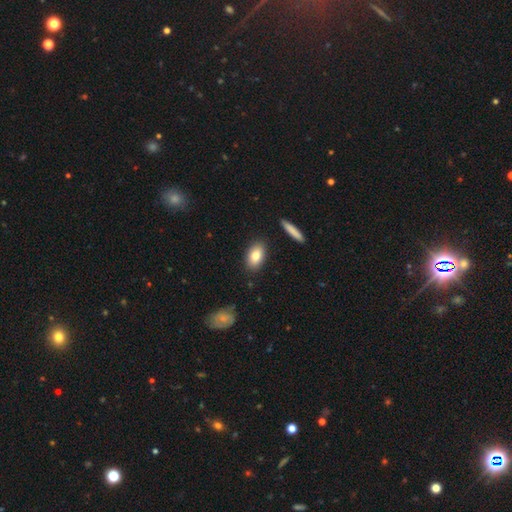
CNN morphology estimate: A smooth galaxy with no disk features (81%) that is in between round and cigar-shaped (88%).

Vote fractions:
- Smooth or featured? smooth: 81% / featured or disk: 12% / star or artifact: 7%
- How rounded? in between: 88% / round: 7% / cigar-shaped: 5%
- Merging? none: 88% / minor disturbance: 8% / major disturbance: 2% / merger: 2%